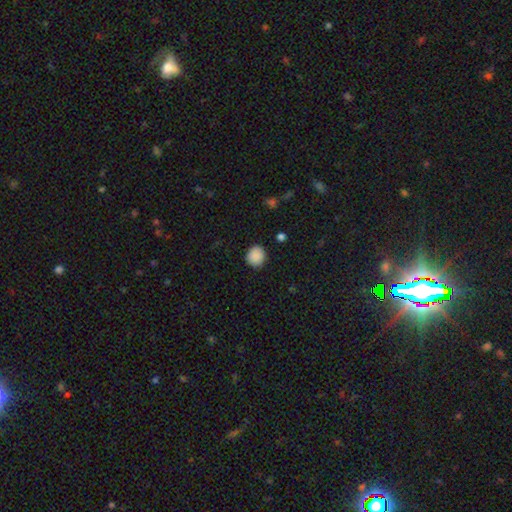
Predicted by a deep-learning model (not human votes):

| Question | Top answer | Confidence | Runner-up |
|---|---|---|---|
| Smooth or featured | smooth | 89% | star or artifact (8%) |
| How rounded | round | 85% | in between (14%) |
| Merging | none | 88% | minor disturbance (9%) |